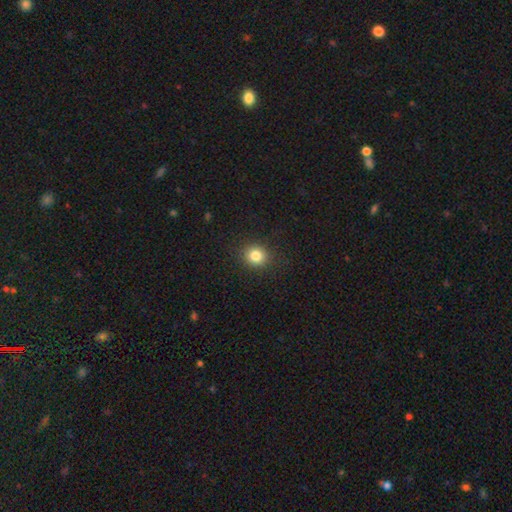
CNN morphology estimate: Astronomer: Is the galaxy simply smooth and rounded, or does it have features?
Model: smooth — 83%.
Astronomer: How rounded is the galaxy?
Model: round — 82%.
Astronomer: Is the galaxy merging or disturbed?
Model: none — 89%.